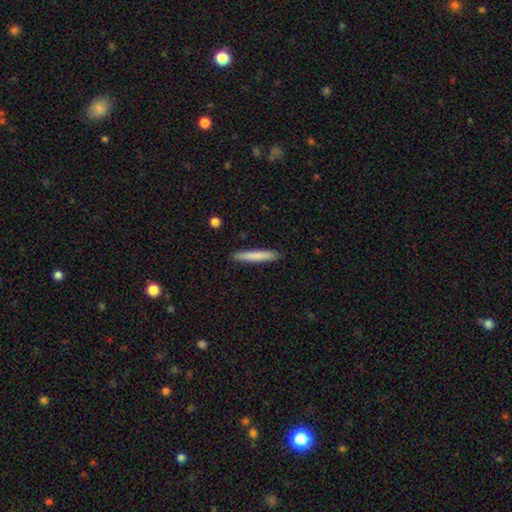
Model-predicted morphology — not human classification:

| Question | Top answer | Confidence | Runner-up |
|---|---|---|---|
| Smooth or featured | smooth | 79% | featured or disk (16%) |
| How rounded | cigar-shaped | 95% | in between (4%) |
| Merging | none | 90% | minor disturbance (7%) |